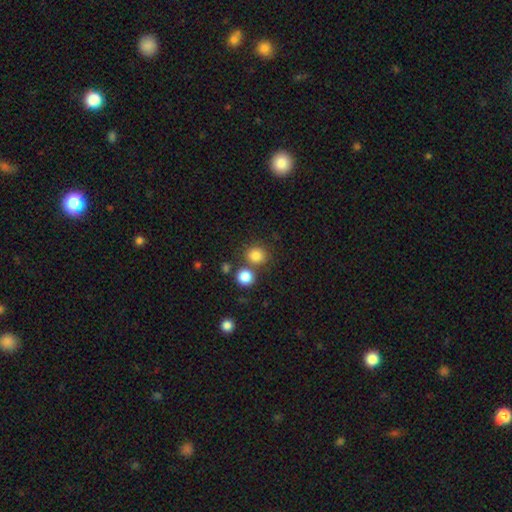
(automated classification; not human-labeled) Q: Smooth or featured?
A: smooth (82%); runner-up: star or artifact (12%)
Q: How rounded?
A: round (85%); runner-up: in between (14%)
Q: Merging?
A: none (68%); runner-up: merger (20%)